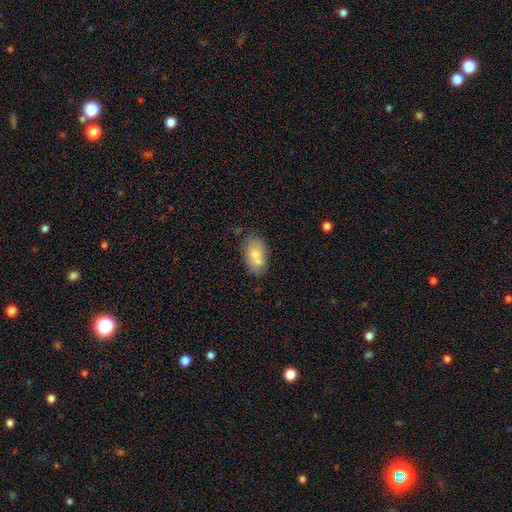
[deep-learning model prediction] smooth_or_featured: smooth (p=0.67) [alt: featured or disk p=0.25]
how_rounded: in between (p=0.86) [alt: round p=0.12]
merging: none (p=0.52) [alt: merger p=0.29]